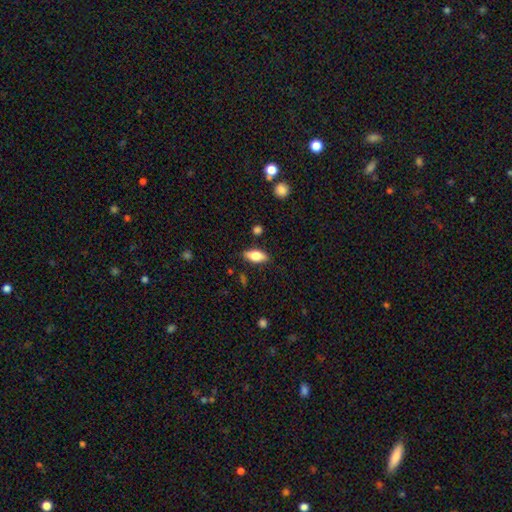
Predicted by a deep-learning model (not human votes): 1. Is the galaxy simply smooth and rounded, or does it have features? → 70% smooth, 22% featured or disk, 7% star or artifact.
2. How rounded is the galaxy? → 82% in between, 14% cigar-shaped, 4% round.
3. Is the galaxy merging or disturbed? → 84% none, 11% minor disturbance, 3% major disturbance, 2% merger.